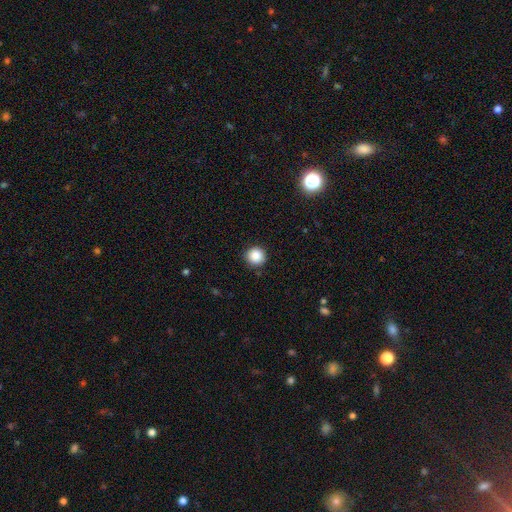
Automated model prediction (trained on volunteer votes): Overall: smooth (87%). How rounded: round (94%). Merging: none (90%).